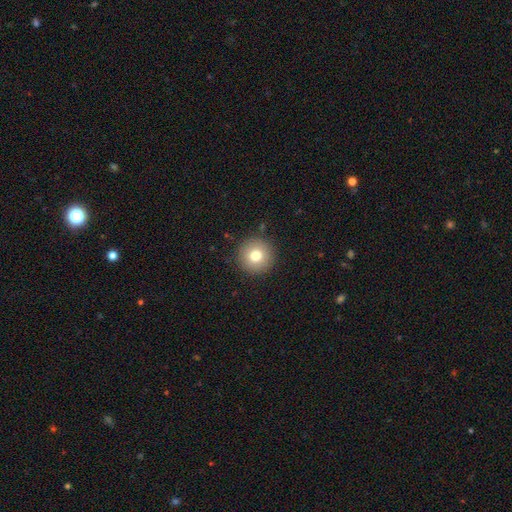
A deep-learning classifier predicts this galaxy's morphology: The model was most divided on "smooth or featured": smooth: 77%, featured or disk: 12%, star or artifact: 11%. More confident: how rounded — round (96%); merging — none (90%).